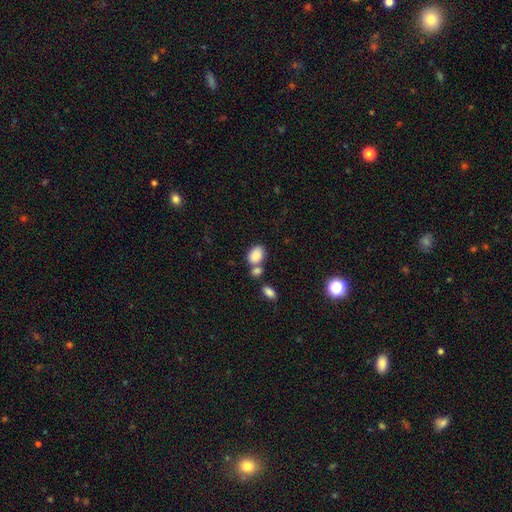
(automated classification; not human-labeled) smooth-or-featured: smooth: 85% | star or artifact: 8% | featured or disk: 7%
  how-rounded: in between: 82% | round: 16% | cigar-shaped: 1%
  merging: none: 48% | merger: 35% | minor disturbance: 13% | major disturbance: 4%